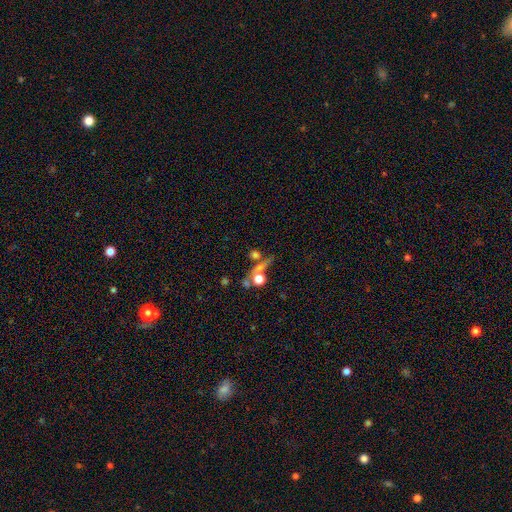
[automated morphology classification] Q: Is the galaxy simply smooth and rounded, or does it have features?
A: smooth — 43%.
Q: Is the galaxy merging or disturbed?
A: none — 48%.